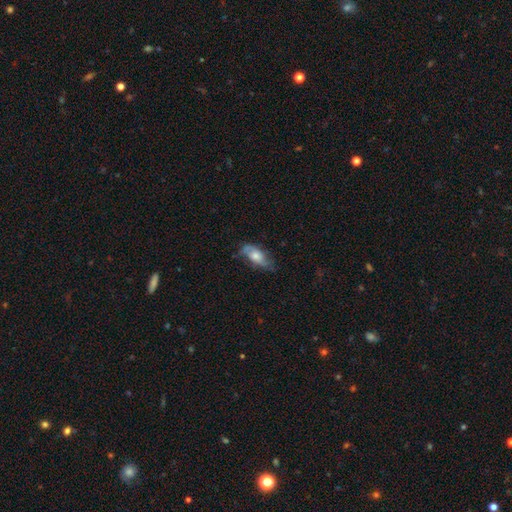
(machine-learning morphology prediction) Overall: featured or disk (47%; smooth 46%). Merging: none (55%; minor disturbance 29%).